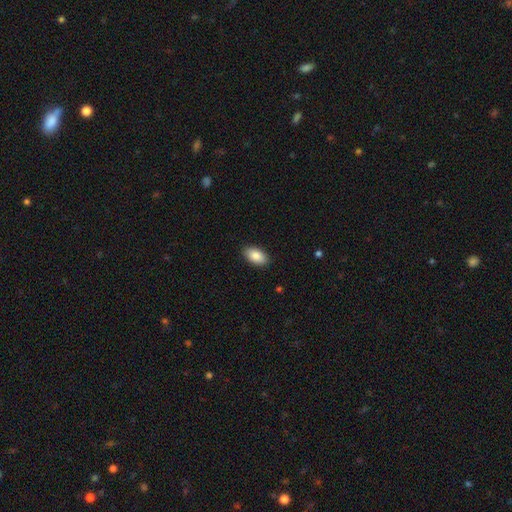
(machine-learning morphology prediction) A smooth galaxy with no disk features (87%) that is in between round and cigar-shaped (94%).

Vote fractions:
- Smooth or featured? smooth: 87% / featured or disk: 7% / star or artifact: 7%
- How rounded? in between: 94% / round: 4% / cigar-shaped: 2%
- Merging? none: 89% / minor disturbance: 8% / major disturbance: 2% / merger: 1%